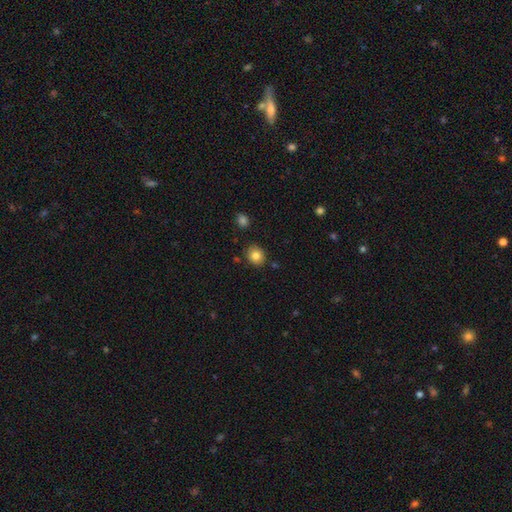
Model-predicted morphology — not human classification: A smooth galaxy with no disk features (83%) that is round (77%). Merging: none (85%).